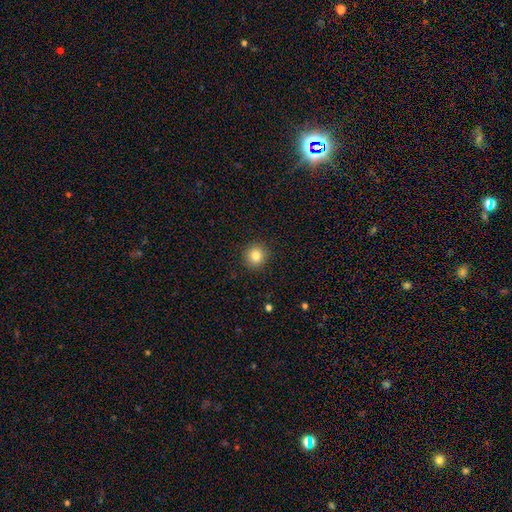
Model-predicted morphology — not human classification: Smooth or featured: smooth — 82% (star or artifact — 11%)
How rounded: round — 93% (in between — 6%)
Merging: none — 92% (minor disturbance — 5%)